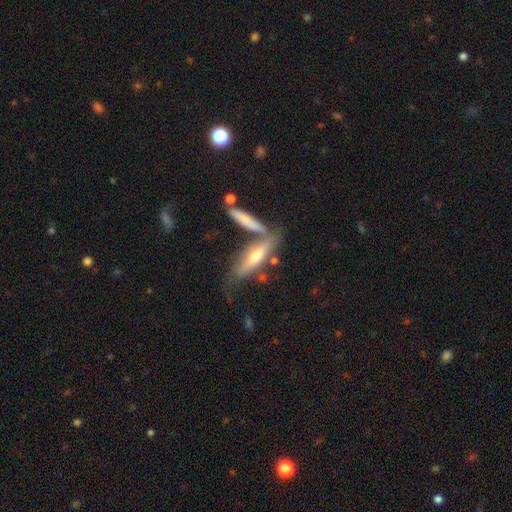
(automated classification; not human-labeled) This appears to be a featured or disk galaxy (54%) viewed edge-on (79%). Merging: none (51%).